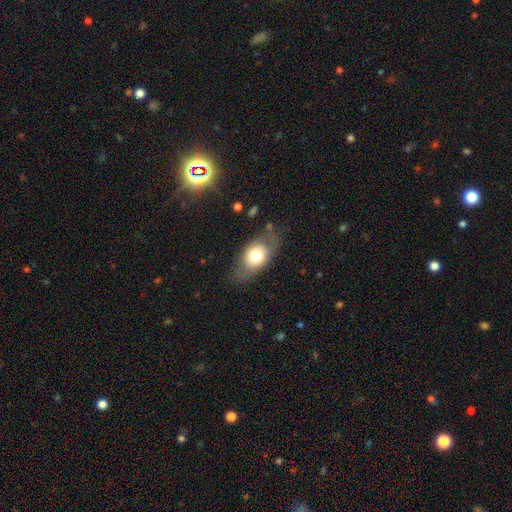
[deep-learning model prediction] The model was most divided on "smooth or featured": smooth: 66%, featured or disk: 26%, star or artifact: 8%. More confident: how rounded — in between (76%); merging — none (73%).